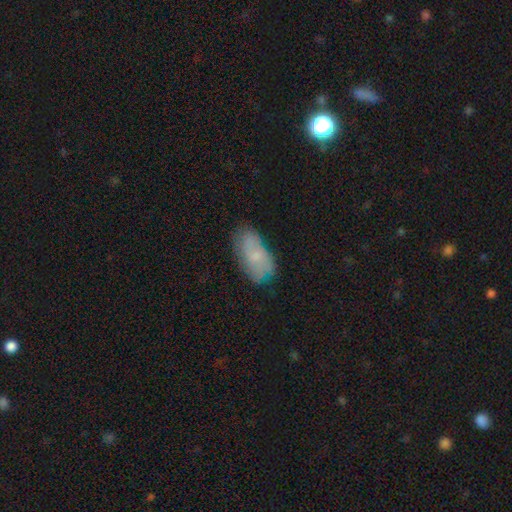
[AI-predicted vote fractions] Overall: smooth (56%; featured or disk 35%). How rounded: in between (91%). Merging: none (64%; minor disturbance 26%).